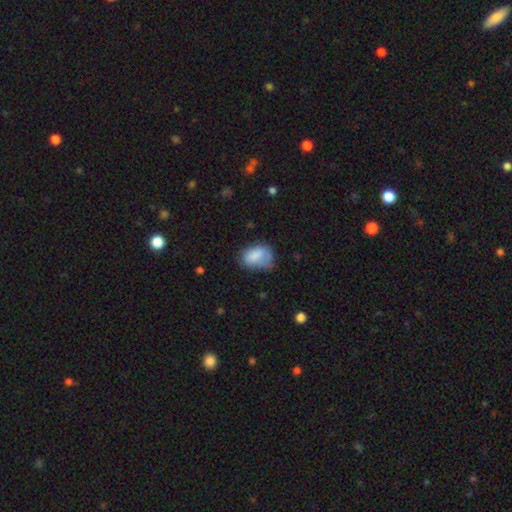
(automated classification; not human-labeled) smooth-or-featured: smooth: 79% | featured or disk: 13% | star or artifact: 8%
  how-rounded: in between: 79% | round: 19% | cigar-shaped: 1%
  merging: none: 45% | minor disturbance: 34% | major disturbance: 17% | merger: 4%